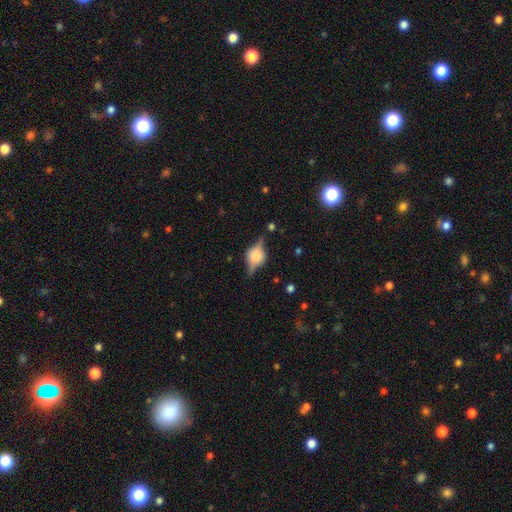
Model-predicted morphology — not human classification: Overall: featured or disk (68%). Edge-on disk: yes (94%). Edge-on bulge: rounded (85%). Merging: none (70%).